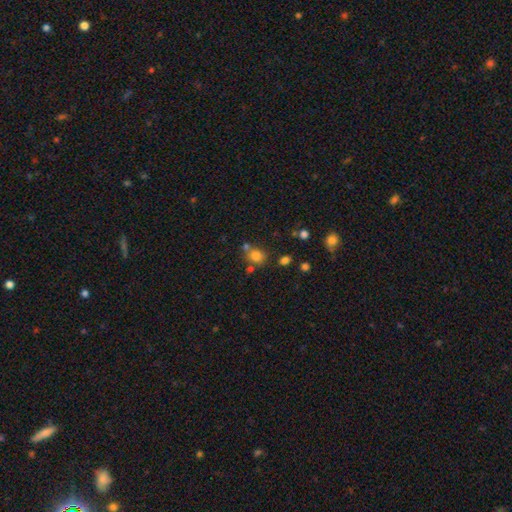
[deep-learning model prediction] smooth_or_featured: smooth (p=0.78) [alt: star or artifact p=0.14]
how_rounded: round (p=0.61) [alt: in between p=0.38]
merging: none (p=0.59) [alt: merger p=0.21]